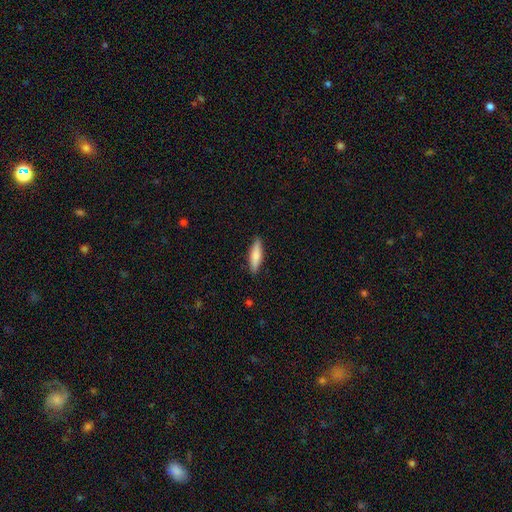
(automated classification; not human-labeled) Overall: smooth (76%). How rounded: cigar-shaped (70%). Merging: none (89%).